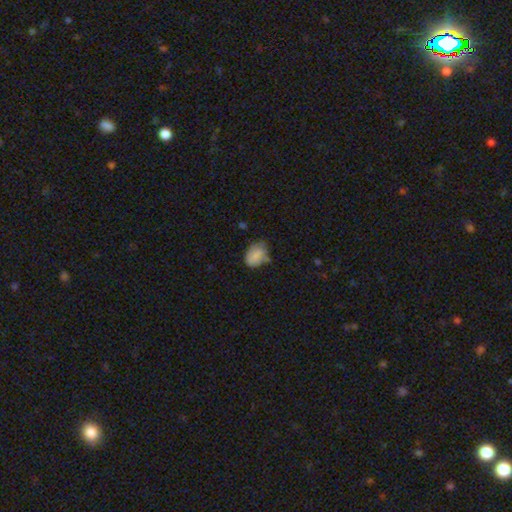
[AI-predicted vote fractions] Q: Smooth or featured?
A: smooth (79%); runner-up: featured or disk (12%)
Q: How rounded?
A: in between (76%); runner-up: round (23%)
Q: Merging?
A: none (46%); runner-up: minor disturbance (38%)